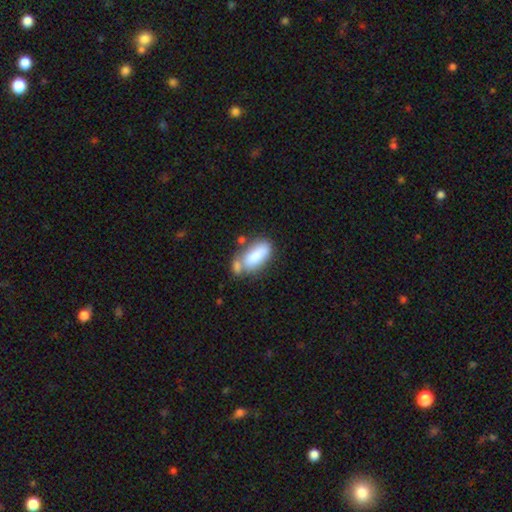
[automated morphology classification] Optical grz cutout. It shows a smooth galaxy with no disk features (81%) that is in between round and cigar-shaped (82%). Merging: none (39%).